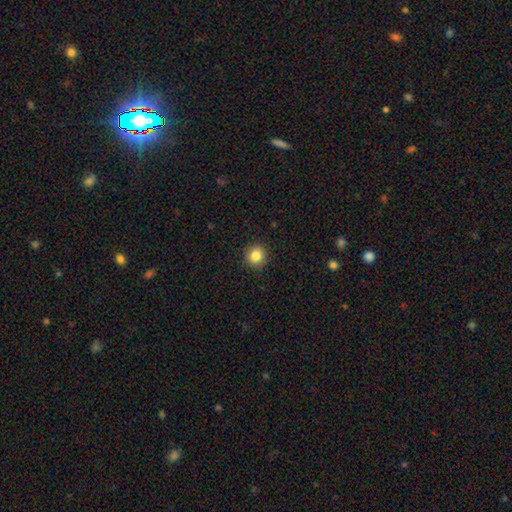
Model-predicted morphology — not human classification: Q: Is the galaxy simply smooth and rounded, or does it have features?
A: smooth — 84%.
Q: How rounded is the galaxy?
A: round — 93%.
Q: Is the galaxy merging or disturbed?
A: none — 92%.